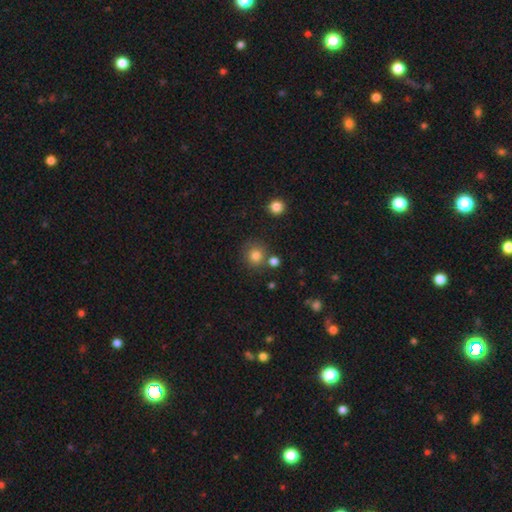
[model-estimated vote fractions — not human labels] Morphology: type=smooth (81%); roundness=round (91%); merging=none (75%).